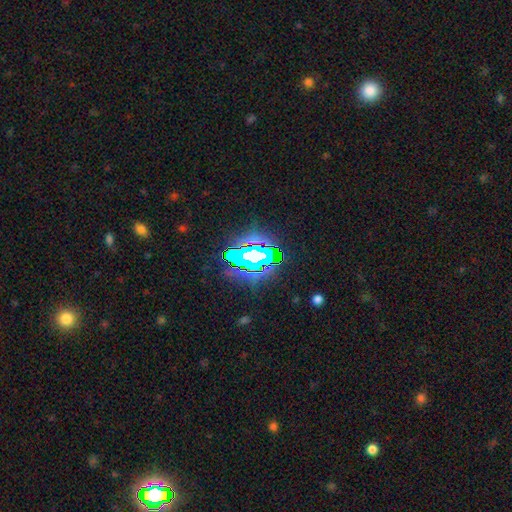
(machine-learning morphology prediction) This is likely a star or artifact rather than a galaxy (69%).